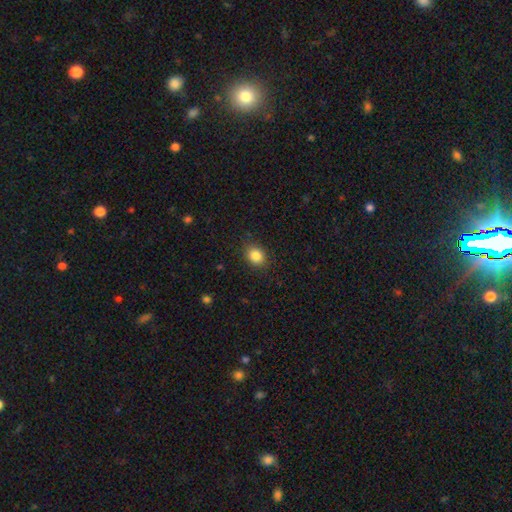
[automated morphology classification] A smooth galaxy with no disk features (85%) that is in between round and cigar-shaped (52%). Merging: none (87%).